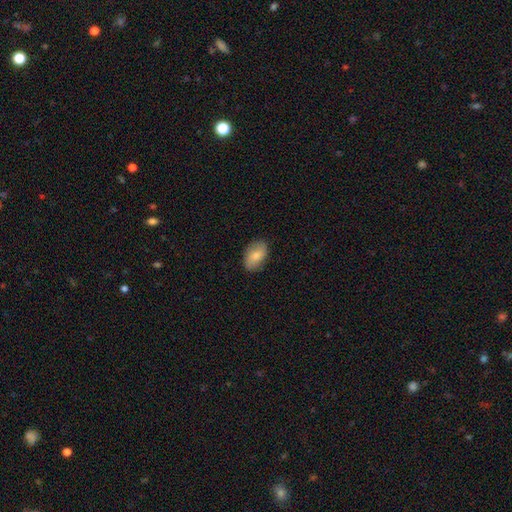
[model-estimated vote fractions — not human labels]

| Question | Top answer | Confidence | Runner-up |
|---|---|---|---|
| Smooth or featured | smooth | 77% | featured or disk (16%) |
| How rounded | in between | 90% | round (9%) |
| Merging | none | 85% | minor disturbance (12%) |